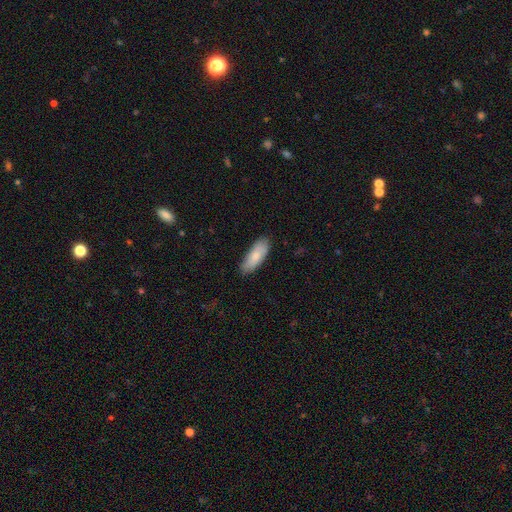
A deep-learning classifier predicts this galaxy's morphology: Smooth or featured: smooth — 82% (featured or disk — 12%)
How rounded: in between — 70% (cigar-shaped — 29%)
Merging: none — 81% (minor disturbance — 15%)